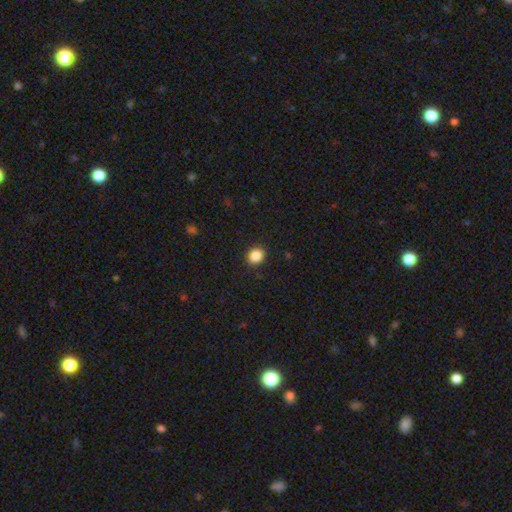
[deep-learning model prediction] smooth-or-featured: smooth: 87% | star or artifact: 10% | featured or disk: 3%
  how-rounded: round: 70% | in between: 29% | cigar-shaped: 1%
  merging: none: 91% | minor disturbance: 6% | major disturbance: 2% | merger: 1%